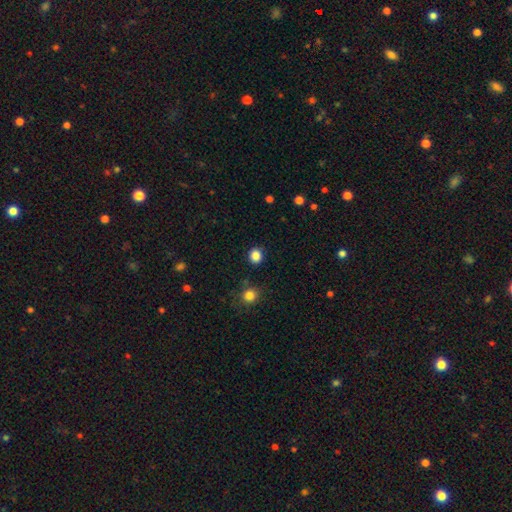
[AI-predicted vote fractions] smooth 86%, star or artifact 11%, featured or disk 3%. Down the decision tree: how rounded — round (78%); merging — none (89%).